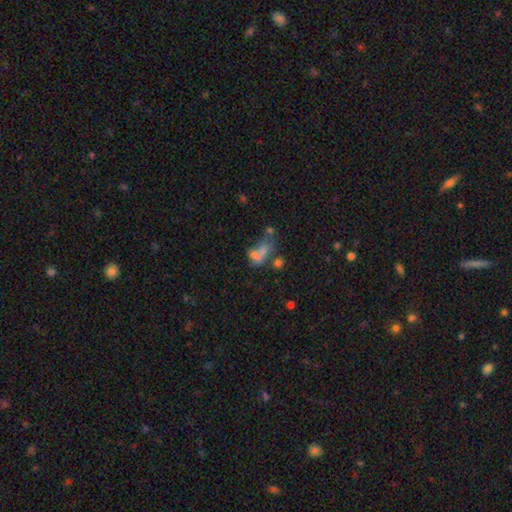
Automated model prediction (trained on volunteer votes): This appears to be a smooth galaxy with no disk features (57%) that is in between round and cigar-shaped (72%). Merging: merger (51%).